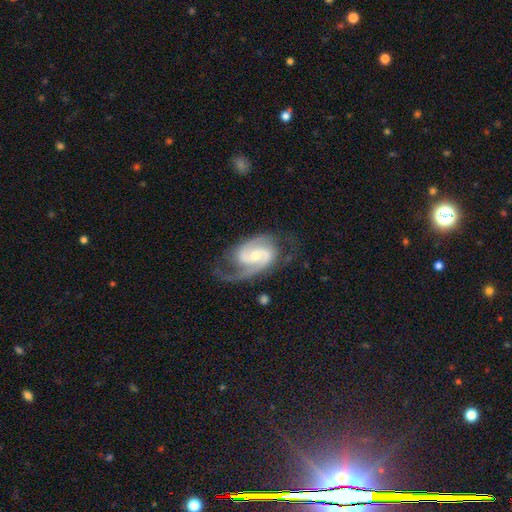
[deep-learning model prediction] Smooth or featured? Predicted: featured or disk (p=0.91). Edge-on disk? Predicted: no (p=0.97). Bar? Predicted: weak (p=0.43). Spiral arms? Predicted: yes (p=0.98). Spiral winding? Predicted: medium (p=0.54). Spiral arm count? Predicted: 2 (p=0.86). Bulge size? Predicted: moderate (p=0.52). Merging? Predicted: none (p=0.64).